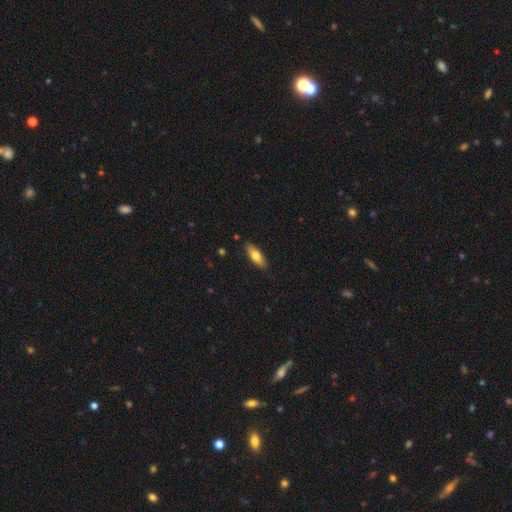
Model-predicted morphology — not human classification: smooth-or-featured: smooth: 73% | featured or disk: 21% | star or artifact: 6%
  how-rounded: in between: 63% | cigar-shaped: 35% | round: 2%
  merging: none: 86% | minor disturbance: 11% | major disturbance: 2% | merger: 1%